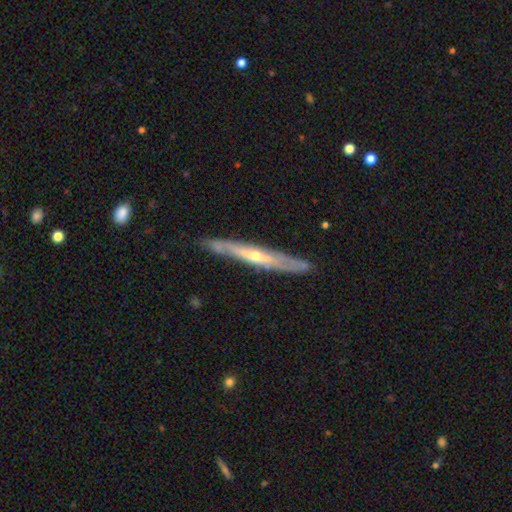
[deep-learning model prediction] smooth_or_featured: featured or disk (p=0.74) [alt: smooth p=0.20]
disk_edge_on: yes (p=0.89) [alt: no p=0.11]
edge_on_bulge: rounded (p=0.68) [alt: none p=0.29]
merging: none (p=0.82) [alt: minor disturbance p=0.14]